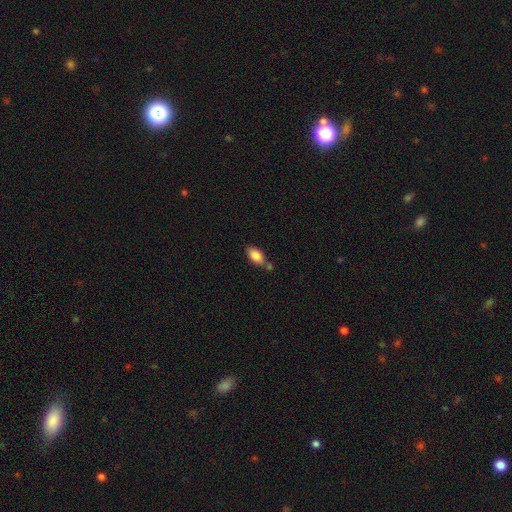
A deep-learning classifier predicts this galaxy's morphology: smooth 83%, featured or disk 9%, star or artifact 7%. Down the decision tree: how rounded — in between (91%); merging — none (61%).